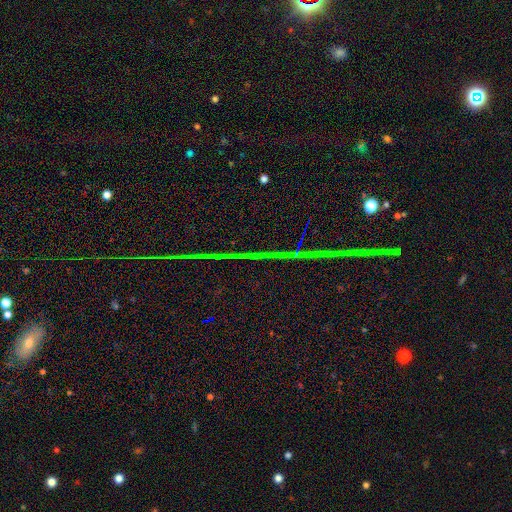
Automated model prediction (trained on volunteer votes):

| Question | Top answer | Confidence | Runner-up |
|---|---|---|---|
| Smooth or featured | star or artifact | 85% | featured or disk (9%) |